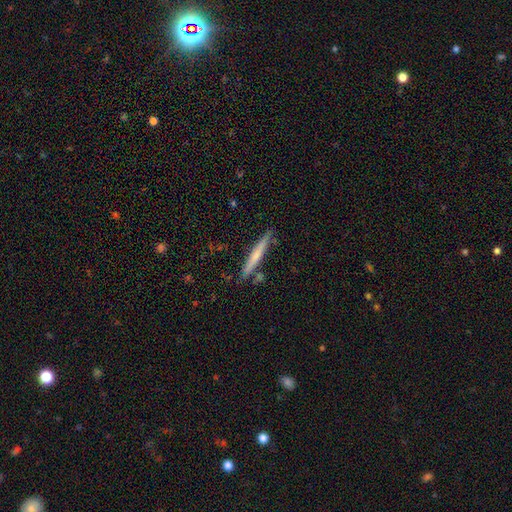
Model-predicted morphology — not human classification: Smooth or featured: smooth — 53% (featured or disk — 41%)
How rounded: cigar-shaped — 96% (in between — 3%)
Merging: none — 84% (minor disturbance — 10%)